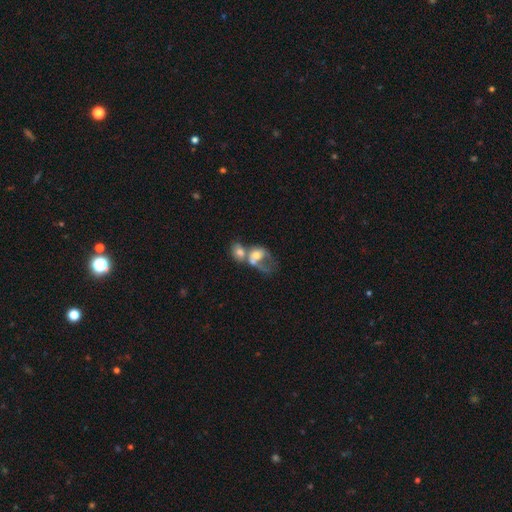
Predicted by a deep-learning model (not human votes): Smooth or featured? smooth (51%)
How rounded? in between (62%)
Merging? merger (70%)